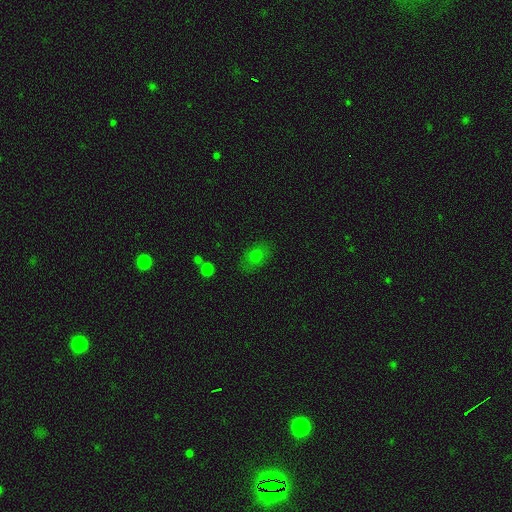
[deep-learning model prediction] Smooth or featured? smooth (72%)
How rounded? in between (74%)
Merging? none (75%)